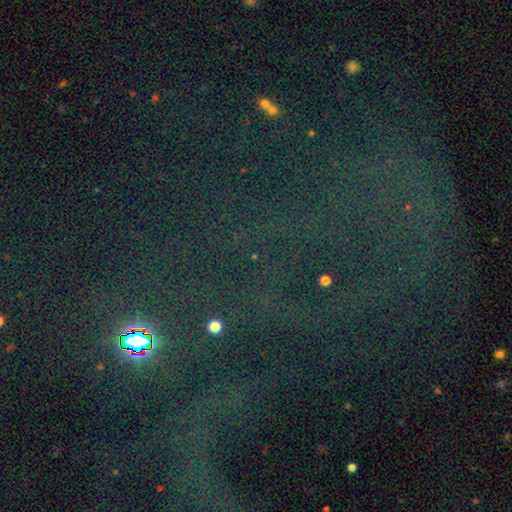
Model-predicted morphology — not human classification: This appears to be a star or artifact, not a galaxy (77%).